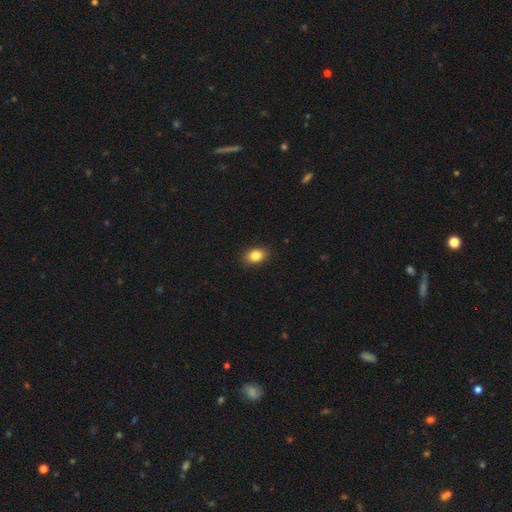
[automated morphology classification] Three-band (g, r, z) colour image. It shows a smooth galaxy with no disk features (85%) that is in between round and cigar-shaped (70%). Merging: none (88%).